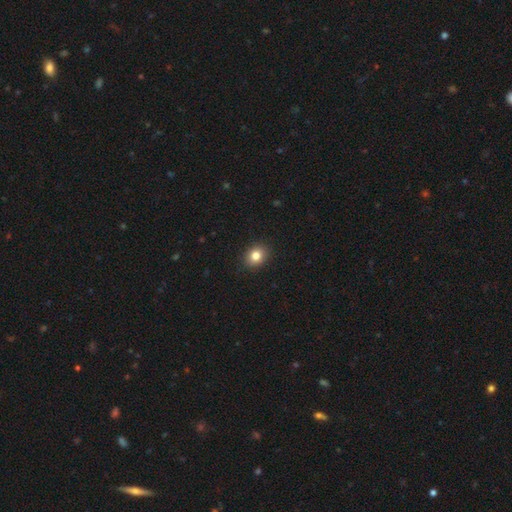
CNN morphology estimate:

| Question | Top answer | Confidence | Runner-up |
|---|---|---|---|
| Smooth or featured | smooth | 82% | star or artifact (10%) |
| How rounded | round | 55% | in between (45%) |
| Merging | none | 90% | minor disturbance (7%) |